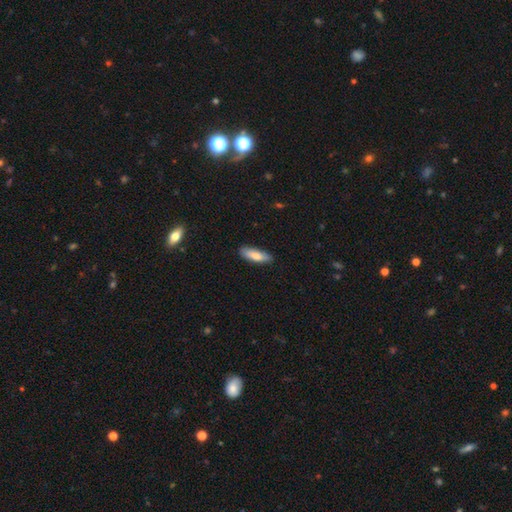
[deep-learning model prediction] A smooth galaxy with no disk features (79%) that is in between round and cigar-shaped (51%). Merging: none (85%).